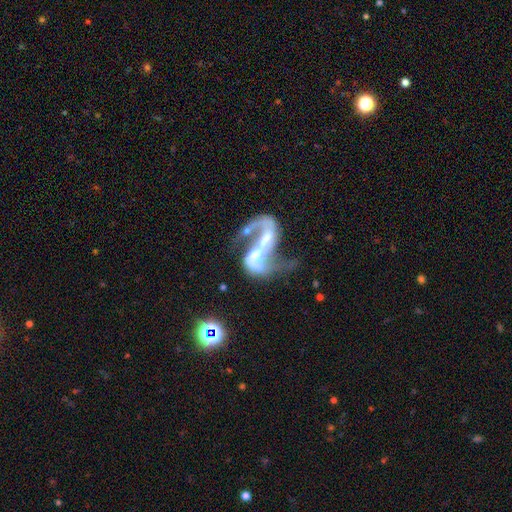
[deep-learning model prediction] Smooth or featured?
  - featured or disk: 84% *
  - smooth: 8%
  - star or artifact: 8%
Edge-on disk?
  - no: 97% *
  - yes: 3%
Bar?
  - strong: 39% *
  - weak: 33%
  - no: 28%
Spiral arms?
  - yes: 83% *
  - no: 17%
Spiral winding?
  - loose: 76% *
  - medium: 19%
  - tight: 5%
Spiral arm count?
  - 2: 79% *
  - 1: 12%
  - can't tell: 5%
  - 3: 2%
  - 4: 1%
  - more than 4: 1%
Bulge size?
  - moderate: 36% *
  - small: 35%
  - none: 21%
  - large: 6%
  - dominant: 2%
Merging?
  - merger: 35% *
  - major disturbance: 29%
  - none: 24%
  - minor disturbance: 12%